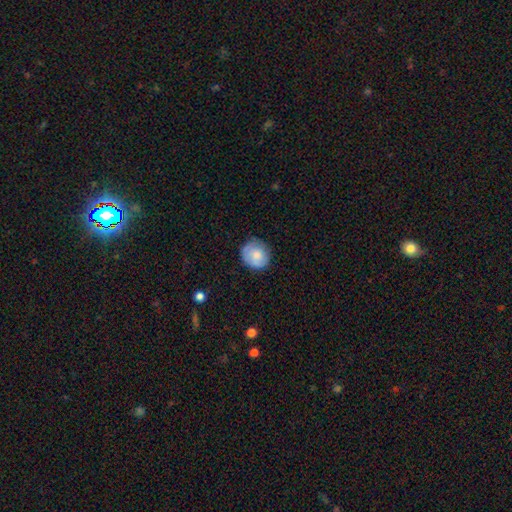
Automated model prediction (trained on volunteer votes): Smooth or featured? Predicted: smooth (p=0.75). How rounded? Predicted: round (p=0.83). Merging? Predicted: none (p=0.76).